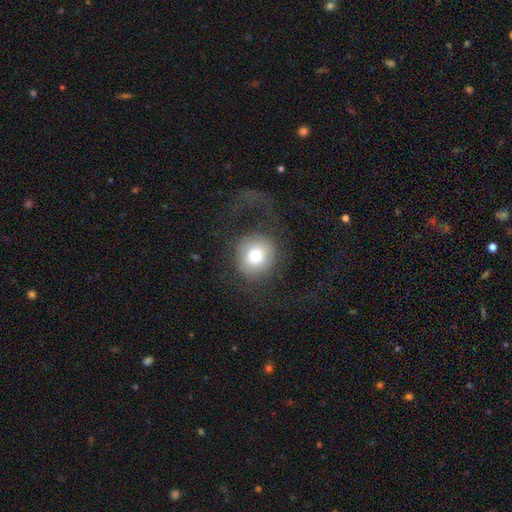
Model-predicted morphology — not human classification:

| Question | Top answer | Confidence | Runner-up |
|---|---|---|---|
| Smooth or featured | smooth | 68% | featured or disk (22%) |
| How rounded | round | 86% | in between (13%) |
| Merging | none | 57% | major disturbance (29%) |